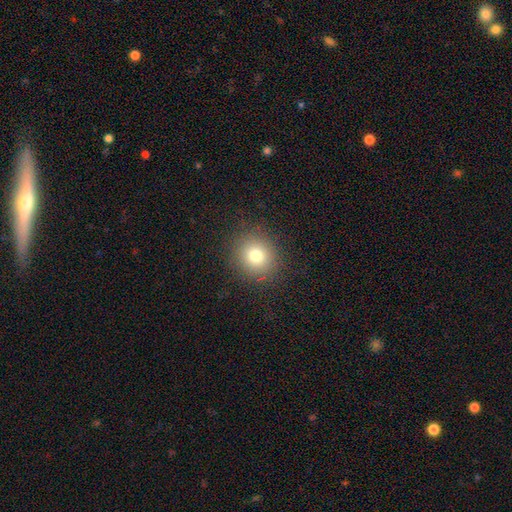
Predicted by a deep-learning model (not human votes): This appears to be a smooth galaxy with no disk features (77%) that is round (88%). Merging: none (89%).